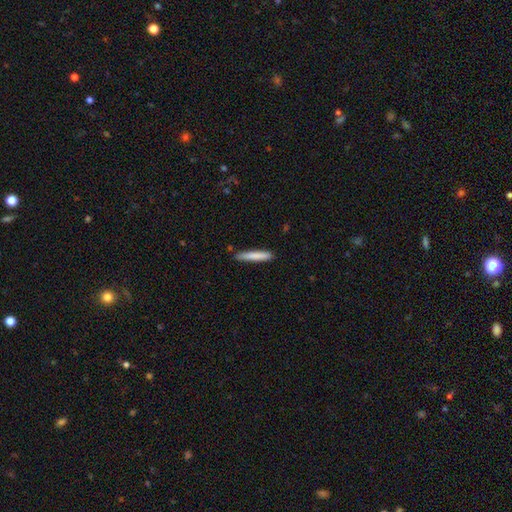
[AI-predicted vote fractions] smooth_or_featured: smooth (p=0.80) [alt: featured or disk p=0.15]
how_rounded: cigar-shaped (p=0.94) [alt: in between p=0.05]
merging: none (p=0.86) [alt: minor disturbance p=0.11]